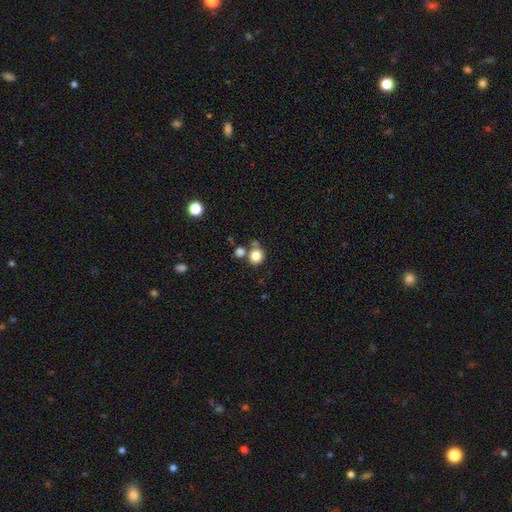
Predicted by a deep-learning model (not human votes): This is clearly a smooth galaxy (82%). How rounded: clearly round (86%). Merging: likely none (66%).